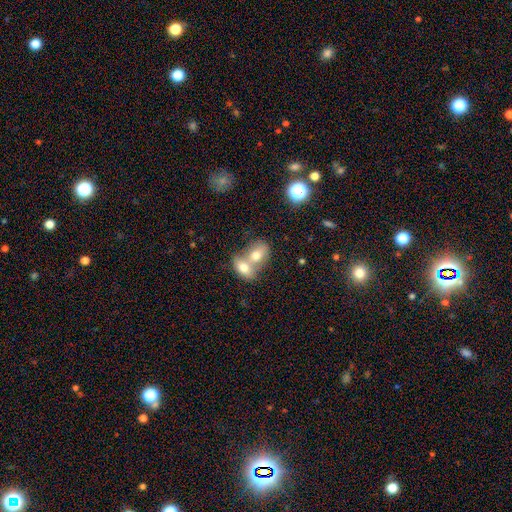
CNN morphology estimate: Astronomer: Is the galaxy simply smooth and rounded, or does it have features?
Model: smooth — 66%.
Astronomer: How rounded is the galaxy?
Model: in between — 68%.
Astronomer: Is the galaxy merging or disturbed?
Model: merger — 73%.